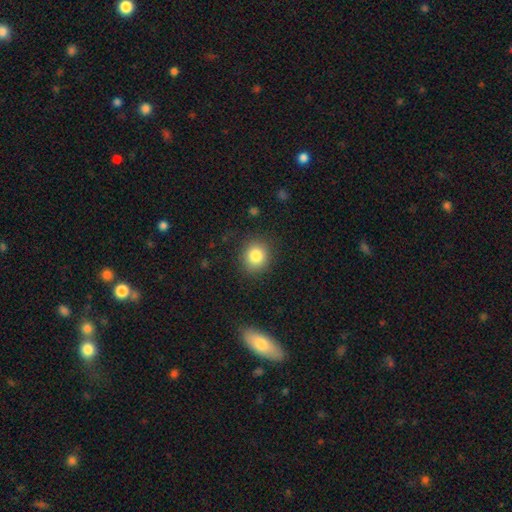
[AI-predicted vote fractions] Smooth or featured? smooth (83%)
How rounded? round (81%)
Merging? none (86%)